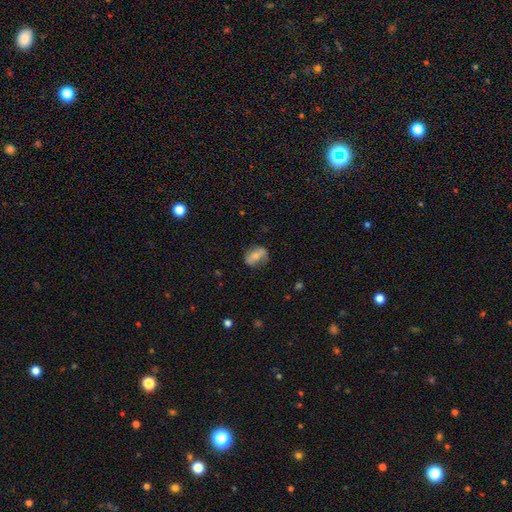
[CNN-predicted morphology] A smooth galaxy with no disk features (50%).

Vote fractions:
- Smooth or featured? smooth: 50% / featured or disk: 42% / star or artifact: 8%
- Merging? none: 64% / minor disturbance: 24% / major disturbance: 10% / merger: 2%